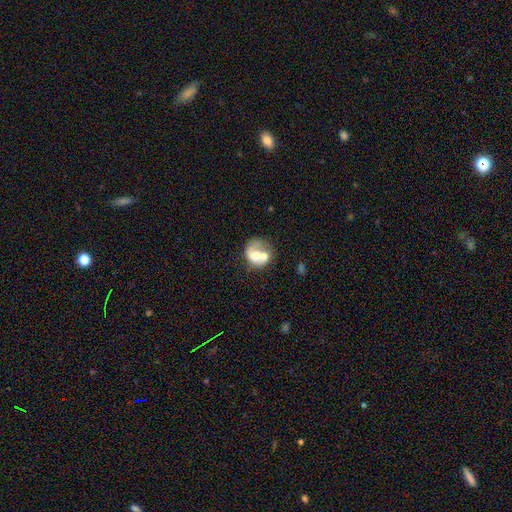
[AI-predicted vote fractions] Smooth or featured: smooth — 48% (featured or disk — 44%)
Merging: merger — 51% (none — 22%)